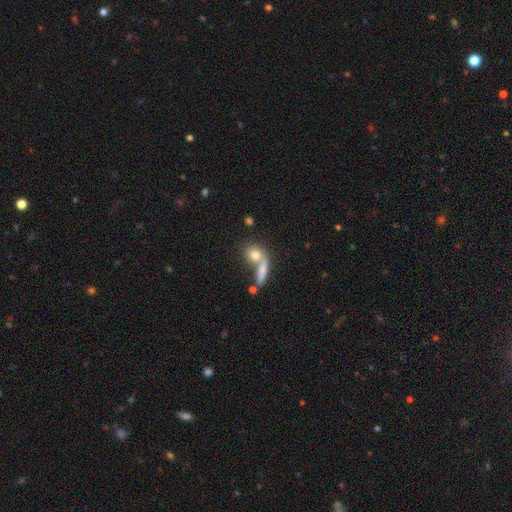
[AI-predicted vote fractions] This is marginally a smooth galaxy (41%). Merging: possibly merger (55%).